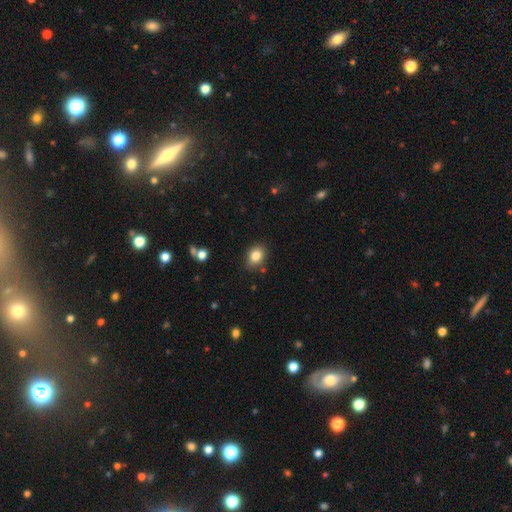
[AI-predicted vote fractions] This is clearly a smooth galaxy (84%). How rounded: likely in between (66%). Merging: clearly none (83%).